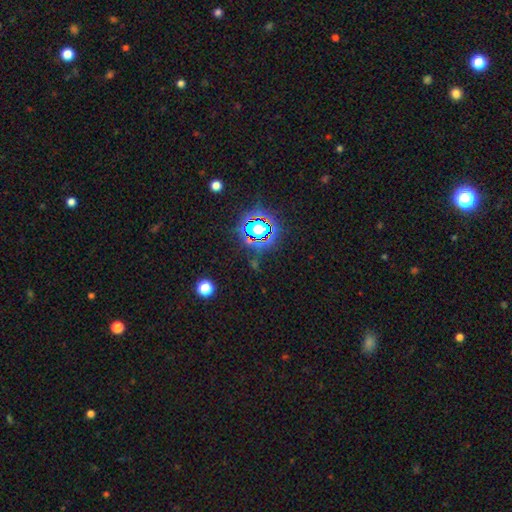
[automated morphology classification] Smooth or featured? Predicted: star or artifact (p=0.79).